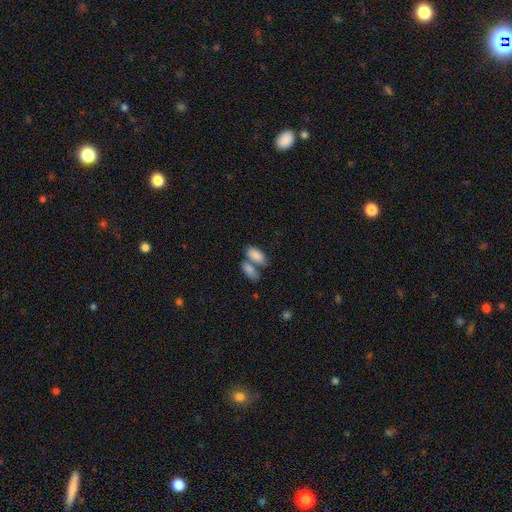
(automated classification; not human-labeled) The model was most divided on "merging": merger: 53%, none: 34%, minor disturbance: 10%, major disturbance: 4%. More confident: how rounded — in between (91%); smooth or featured — smooth (86%).